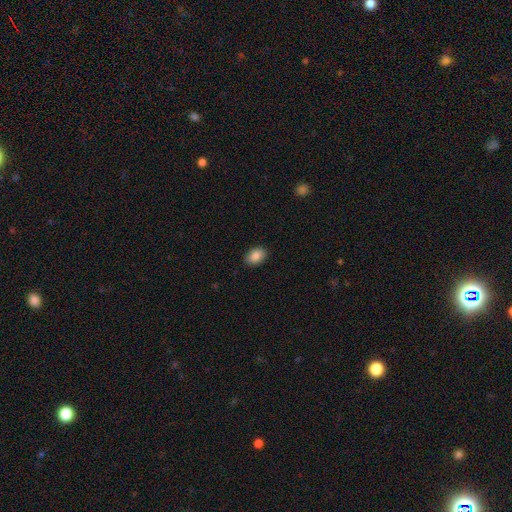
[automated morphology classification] A smooth galaxy with no disk features (87%) that is in between round and cigar-shaped (85%). Merging: none (89%).